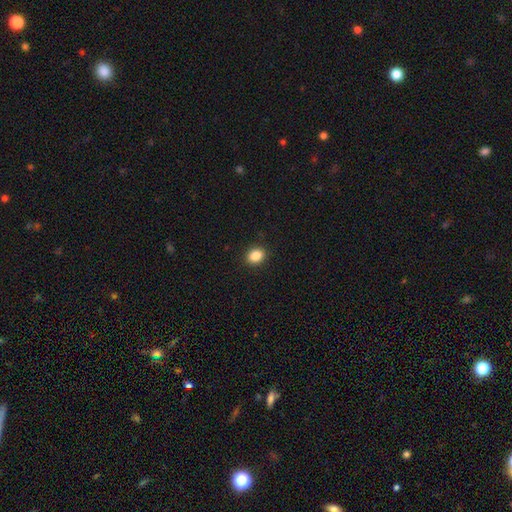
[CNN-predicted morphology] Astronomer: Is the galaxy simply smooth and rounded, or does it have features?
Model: smooth — 86%.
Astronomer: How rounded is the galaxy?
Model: in between — 52% (runner-up: round, 47%).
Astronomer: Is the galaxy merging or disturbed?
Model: none — 91%.